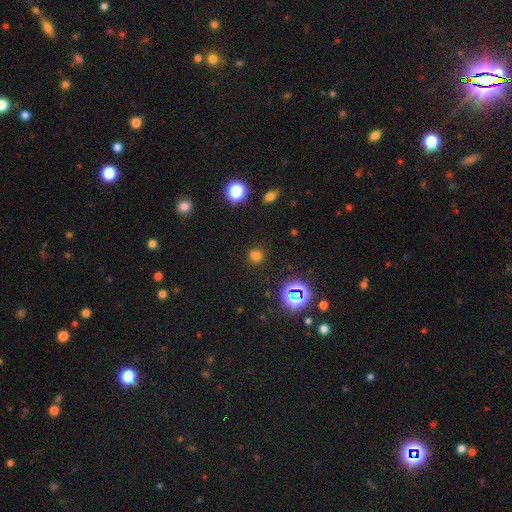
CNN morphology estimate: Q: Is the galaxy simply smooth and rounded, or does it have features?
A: smooth — 65%.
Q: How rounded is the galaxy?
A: round — 85%.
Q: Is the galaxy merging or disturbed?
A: none — 75%.